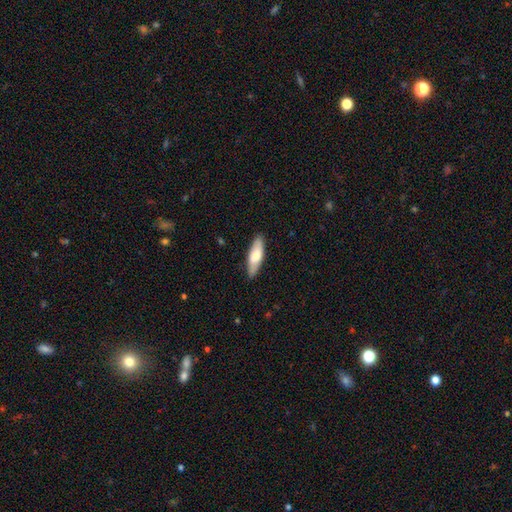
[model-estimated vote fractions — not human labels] smooth_or_featured: smooth (p=0.69) [alt: featured or disk p=0.26]
how_rounded: in between (p=0.50) [alt: cigar-shaped p=0.48]
merging: none (p=0.86) [alt: minor disturbance p=0.11]